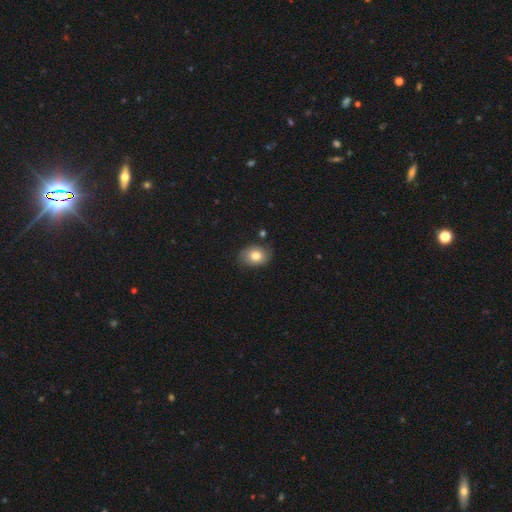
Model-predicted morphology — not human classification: Smooth or featured: smooth — 79% (featured or disk — 13%)
How rounded: in between — 62% (round — 37%)
Merging: none — 76% (minor disturbance — 17%)